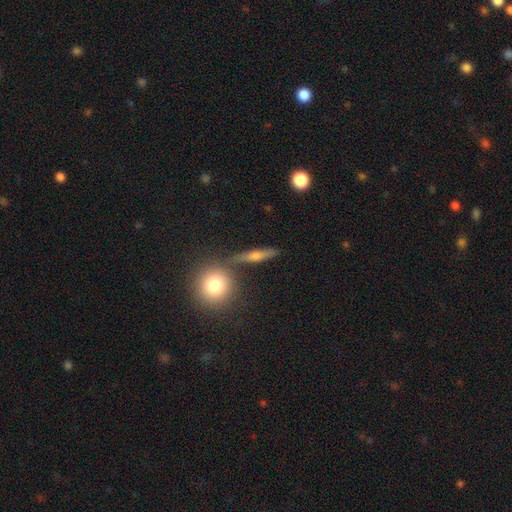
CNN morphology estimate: type=featured or disk (48%); merging=none (79%).